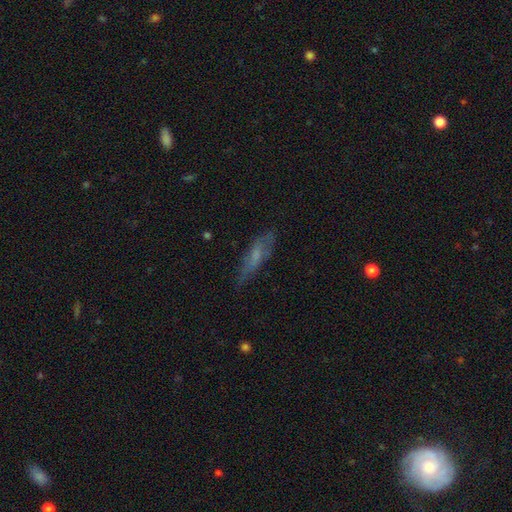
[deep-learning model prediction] smooth 50%, featured or disk 40%, star or artifact 10%. Down the decision tree: how rounded — cigar-shaped (63%); merging — none (64%).